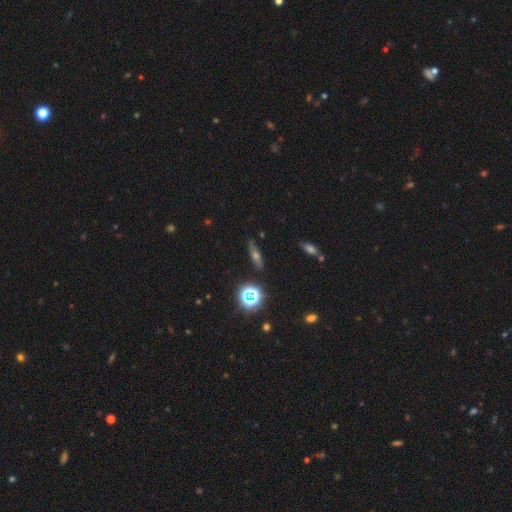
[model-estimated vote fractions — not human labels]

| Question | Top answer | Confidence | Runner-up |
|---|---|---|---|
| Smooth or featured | smooth | 37% | featured or disk (35%) |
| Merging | none | 85% | minor disturbance (10%) |